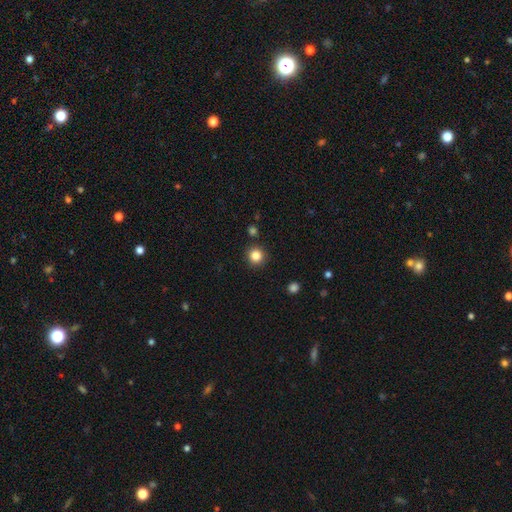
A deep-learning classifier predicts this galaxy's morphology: Smooth or featured: smooth — 84% (star or artifact — 11%)
How rounded: round — 93% (in between — 6%)
Merging: none — 89% (minor disturbance — 6%)